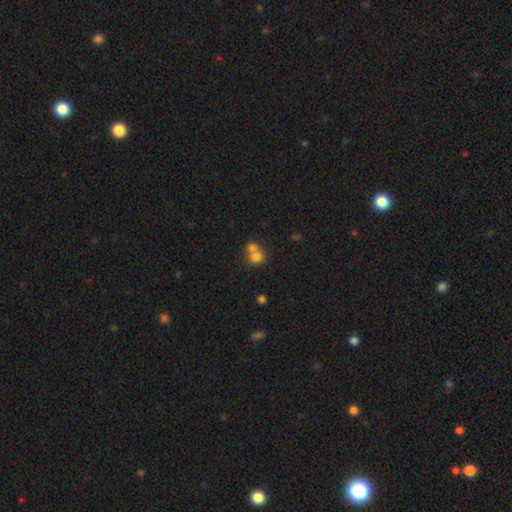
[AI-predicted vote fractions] The model was most divided on "merging": merger: 60%, none: 32%, minor disturbance: 6%, major disturbance: 3%. More confident: how rounded — round (78%); smooth or featured — smooth (75%).